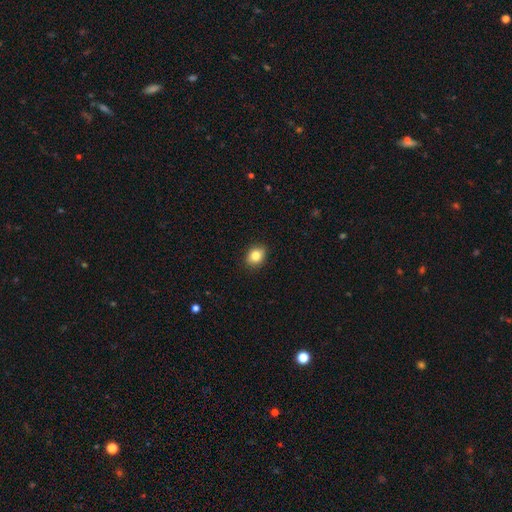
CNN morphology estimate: A smooth galaxy with no disk features (83%) that is in between round and cigar-shaped (54%).

Vote fractions:
- Smooth or featured? smooth: 83% / star or artifact: 9% / featured or disk: 8%
- How rounded? in between: 54% / round: 45% / cigar-shaped: 1%
- Merging? none: 89% / minor disturbance: 9% / major disturbance: 2% / merger: 1%